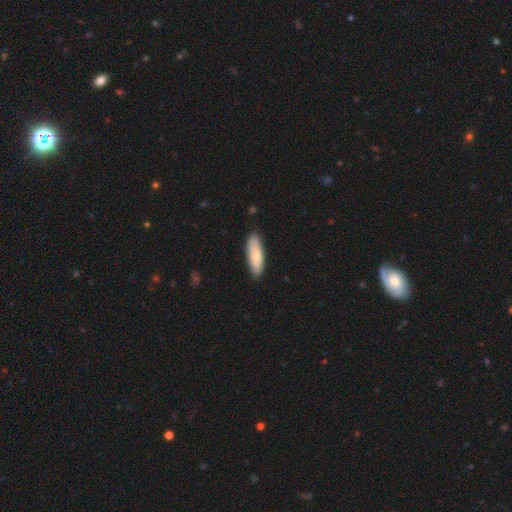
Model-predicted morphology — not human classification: Smooth or featured?
  - smooth: 73% *
  - featured or disk: 22%
  - star or artifact: 5%
How rounded?
  - in between: 54% *
  - cigar-shaped: 44%
  - round: 2%
Merging?
  - none: 87% *
  - minor disturbance: 10%
  - major disturbance: 2%
  - merger: 1%